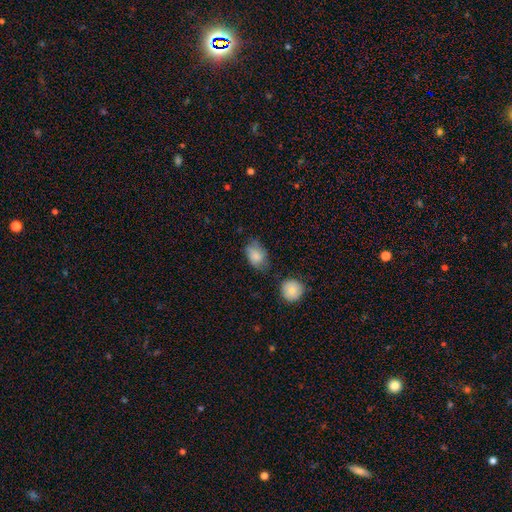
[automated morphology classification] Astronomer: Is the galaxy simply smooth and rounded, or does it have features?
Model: smooth — 79%.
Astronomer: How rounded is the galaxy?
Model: in between — 80%.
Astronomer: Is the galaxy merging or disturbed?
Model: none — 56%.